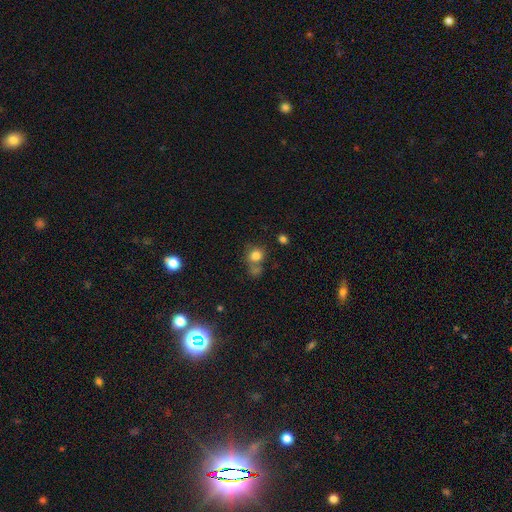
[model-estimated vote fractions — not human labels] Smooth or featured: smooth — 79% (star or artifact — 13%)
How rounded: round — 77% (in between — 22%)
Merging: none — 51% (merger — 27%)